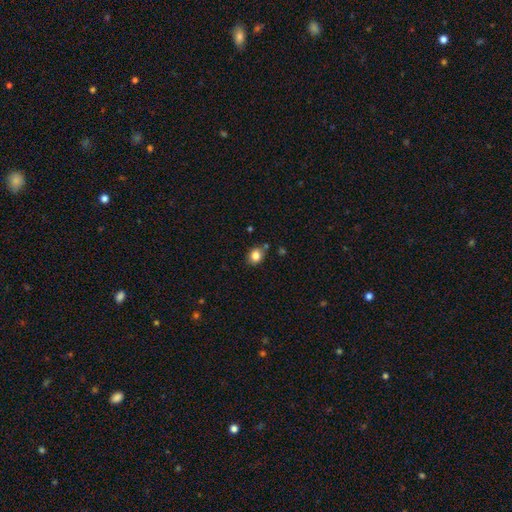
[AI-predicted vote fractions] The model was most divided on "how rounded": round: 59%, in between: 40%, cigar-shaped: 1%. More confident: smooth or featured — smooth (83%); merging — none (80%).